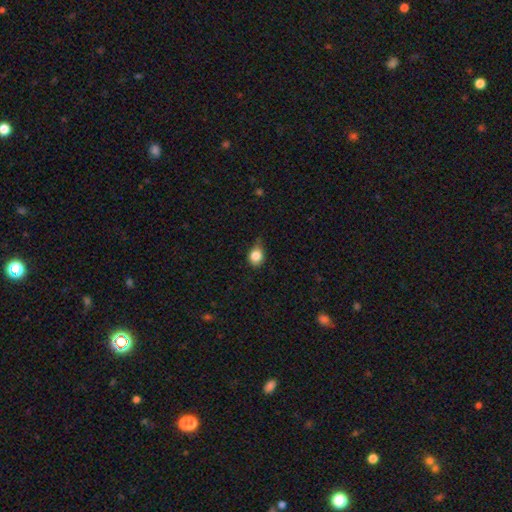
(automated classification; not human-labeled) This appears to be a smooth galaxy with no disk features (83%) that is round (57%). Merging: none (44%).